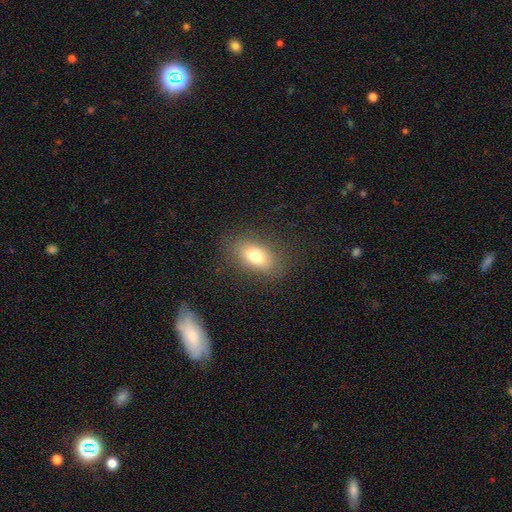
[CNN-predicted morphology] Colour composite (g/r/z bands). It shows a smooth galaxy with no disk features (77%) that is in between round and cigar-shaped (86%). Merging: none (83%).